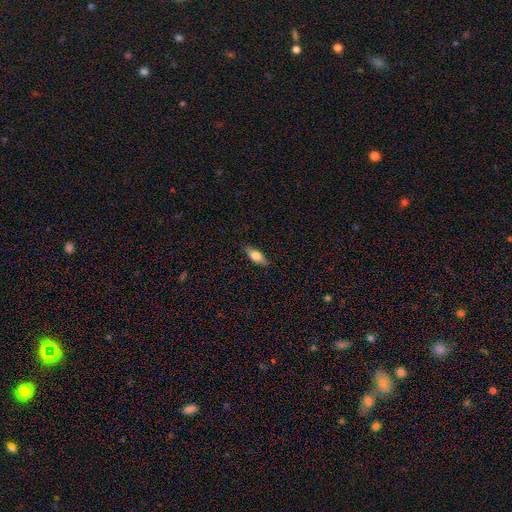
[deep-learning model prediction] smooth-or-featured: smooth: 73% | featured or disk: 20% | star or artifact: 7%
  how-rounded: in between: 79% | cigar-shaped: 18% | round: 3%
  merging: none: 84% | minor disturbance: 12% | major disturbance: 2% | merger: 1%